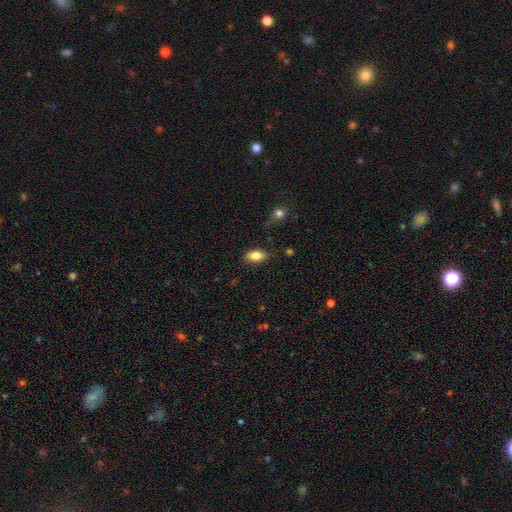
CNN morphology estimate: Smooth or featured: smooth — 83% (featured or disk — 9%)
How rounded: in between — 89% (round — 7%)
Merging: none — 82% (minor disturbance — 13%)